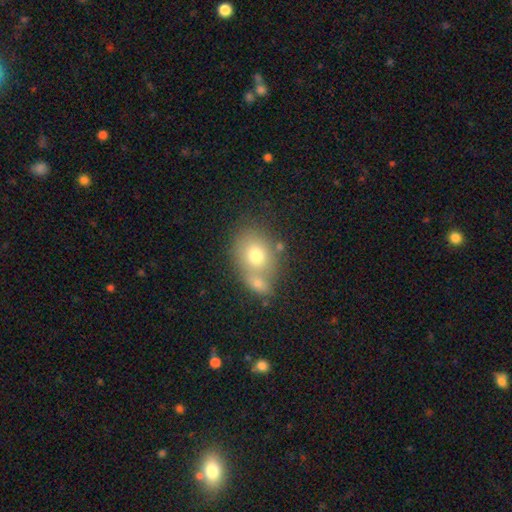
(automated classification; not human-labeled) Smooth or featured?
  - smooth: 72% *
  - featured or disk: 18%
  - star or artifact: 11%
How rounded?
  - round: 50% *
  - in between: 48%
  - cigar-shaped: 1%
Merging?
  - merger: 44% *
  - none: 40%
  - minor disturbance: 11%
  - major disturbance: 4%